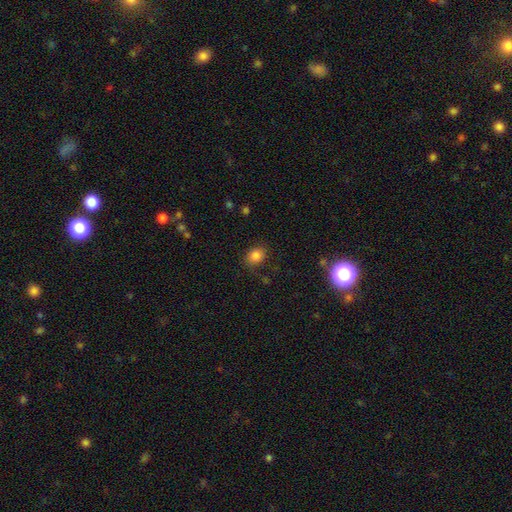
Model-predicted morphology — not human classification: The model was most divided on "how rounded": round: 51%, in between: 48%, cigar-shaped: 1%. More confident: smooth or featured — smooth (84%); merging — none (76%).